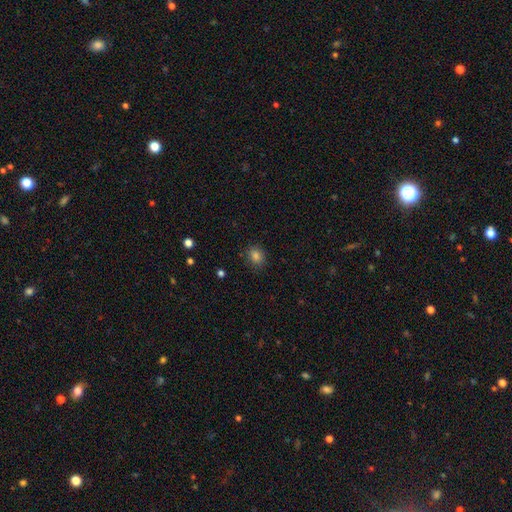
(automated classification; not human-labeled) Overall: smooth (82%). How rounded: round (62%; in between 37%). Merging: none (85%).